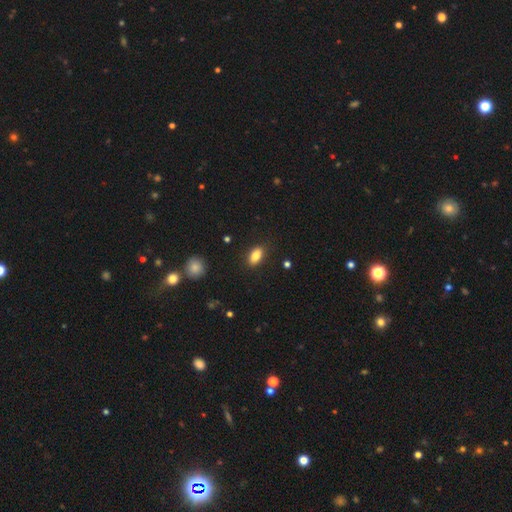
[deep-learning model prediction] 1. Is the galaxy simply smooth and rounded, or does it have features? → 84% smooth, 8% star or artifact, 7% featured or disk.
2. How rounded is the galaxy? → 88% in between, 7% round, 5% cigar-shaped.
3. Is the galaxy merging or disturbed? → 87% none, 10% minor disturbance, 3% major disturbance, 1% merger.